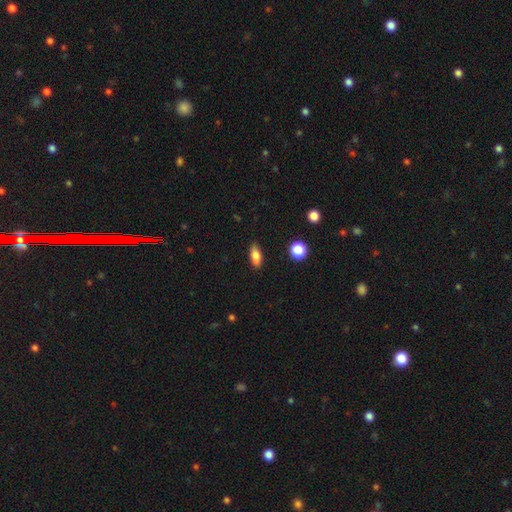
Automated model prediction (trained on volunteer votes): smooth 79%, featured or disk 13%, star or artifact 8%. Down the decision tree: how rounded — in between (78%); merging — none (85%).